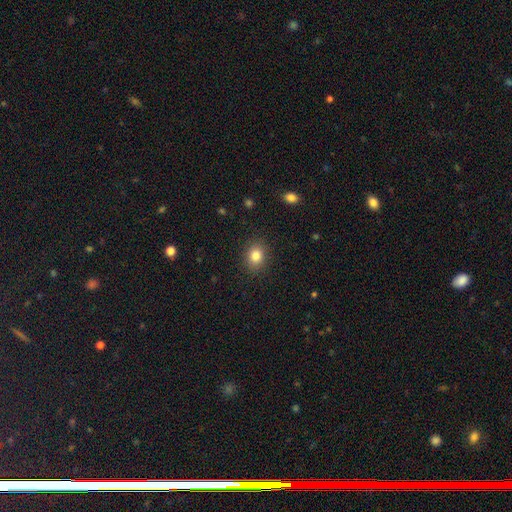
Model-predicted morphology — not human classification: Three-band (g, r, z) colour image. It shows a smooth galaxy with no disk features (83%) that is round (55%). Merging: none (88%).